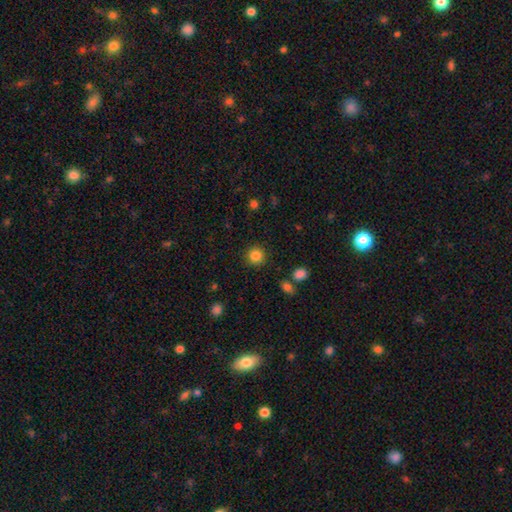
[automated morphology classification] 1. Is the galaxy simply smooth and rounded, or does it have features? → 85% smooth, 11% star or artifact, 4% featured or disk.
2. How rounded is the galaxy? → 93% round, 6% in between, 1% cigar-shaped.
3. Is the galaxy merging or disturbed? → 90% none, 6% minor disturbance, 2% major disturbance, 2% merger.